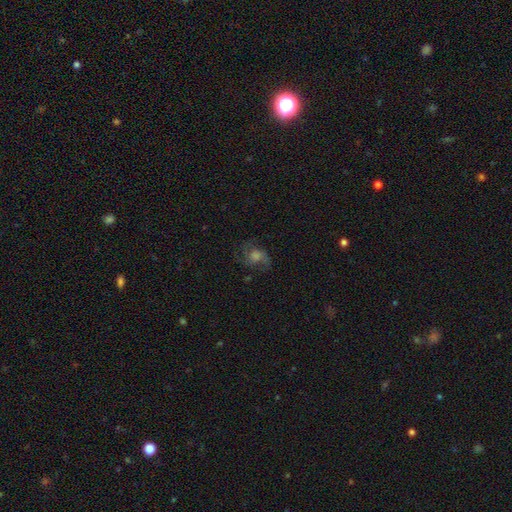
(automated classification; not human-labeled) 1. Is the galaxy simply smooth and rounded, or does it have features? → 63% featured or disk, 21% smooth, 16% star or artifact.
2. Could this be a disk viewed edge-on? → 97% no, 3% yes.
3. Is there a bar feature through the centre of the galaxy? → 68% no, 28% weak, 4% strong.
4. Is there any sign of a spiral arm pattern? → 91% yes, 9% no.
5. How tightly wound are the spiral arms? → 51% medium, 29% loose, 19% tight.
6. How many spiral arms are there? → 53% 2, 17% 3, 16% can't tell, 5% 1, 4% 4, 4% more than 4.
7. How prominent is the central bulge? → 39% moderate, 29% large, 17% small, 11% none, 4% dominant.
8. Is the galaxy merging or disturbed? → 70% none, 16% minor disturbance, 13% major disturbance, 1% merger.